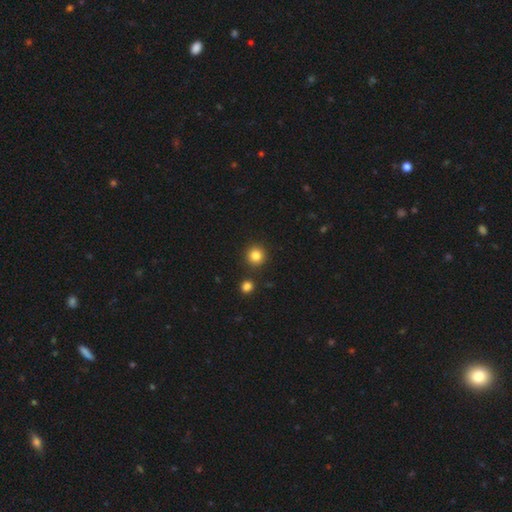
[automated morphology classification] A smooth galaxy with no disk features (84%) that is round (94%).

Vote fractions:
- Smooth or featured? smooth: 84% / star or artifact: 12% / featured or disk: 5%
- How rounded? round: 94% / in between: 5% / cigar-shaped: 1%
- Merging? none: 88% / minor disturbance: 6% / merger: 4% / major disturbance: 2%